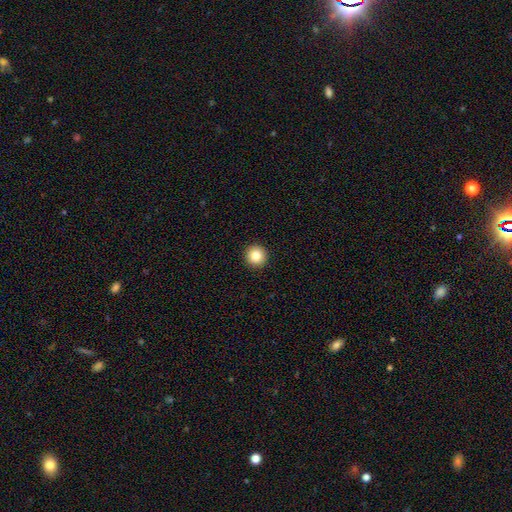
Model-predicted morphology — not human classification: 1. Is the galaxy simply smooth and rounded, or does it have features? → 84% smooth, 10% star or artifact, 6% featured or disk.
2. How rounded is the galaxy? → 94% round, 5% in between, 1% cigar-shaped.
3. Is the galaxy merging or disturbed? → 94% none, 4% minor disturbance, 1% major disturbance, 1% merger.